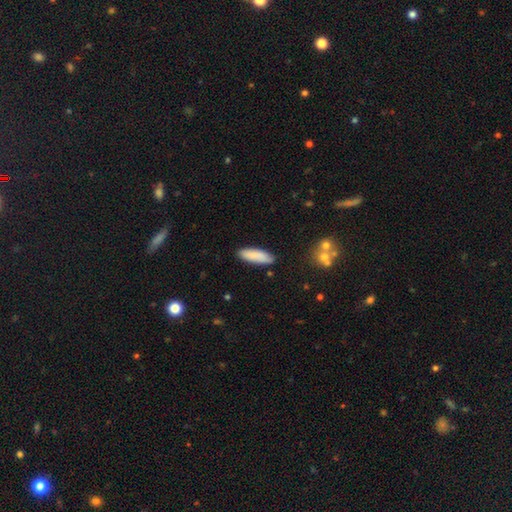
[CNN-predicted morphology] Smooth or featured: smooth — 87% (featured or disk — 7%)
How rounded: in between — 51% (cigar-shaped — 48%)
Merging: none — 87% (minor disturbance — 10%)